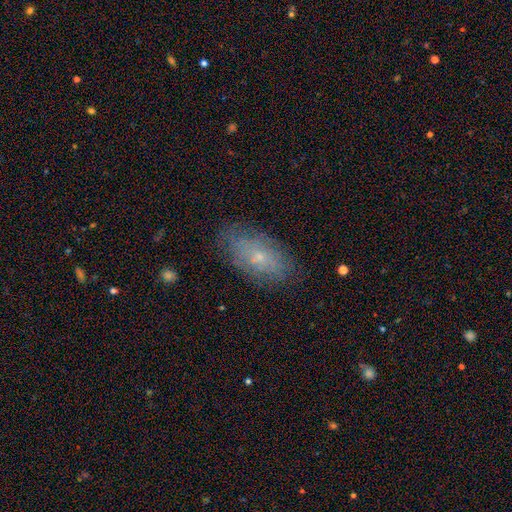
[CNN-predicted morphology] A smooth galaxy with no disk features (52%) that is in between round and cigar-shaped (89%). Merging: none (80%).